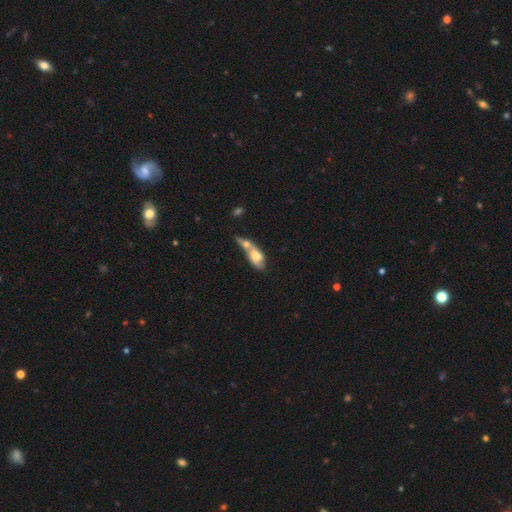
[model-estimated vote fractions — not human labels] Smooth or featured: smooth — 58% (featured or disk — 34%)
How rounded: in between — 79% (cigar-shaped — 14%)
Merging: merger — 67% (none — 15%)